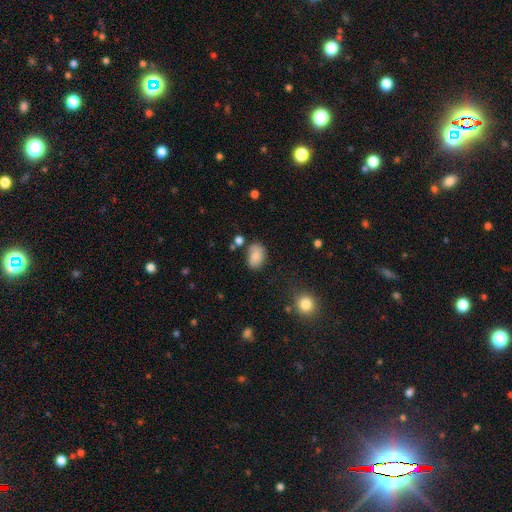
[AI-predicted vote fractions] Smooth or featured? smooth (80%)
How rounded? in between (82%)
Merging? none (63%)